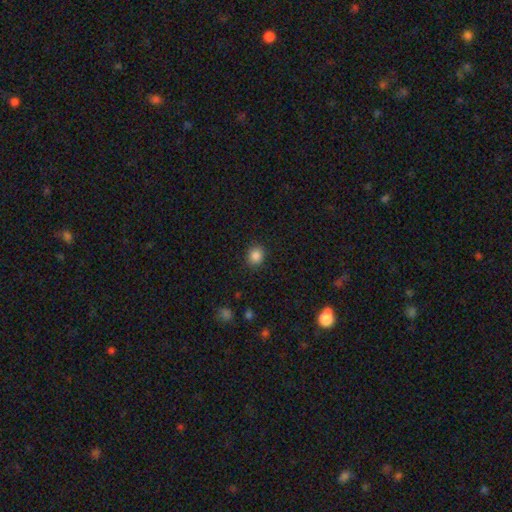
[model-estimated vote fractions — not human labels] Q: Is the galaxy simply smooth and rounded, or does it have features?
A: smooth — 86%.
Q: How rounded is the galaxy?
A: round — 79%.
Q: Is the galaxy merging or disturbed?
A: none — 89%.